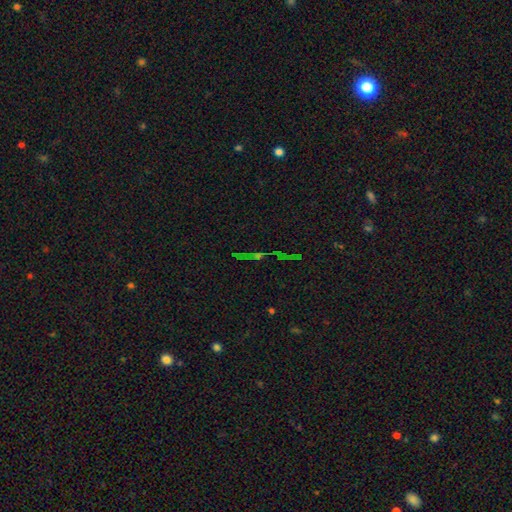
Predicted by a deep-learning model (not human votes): Smooth or featured? Predicted: star or artifact (p=0.64).